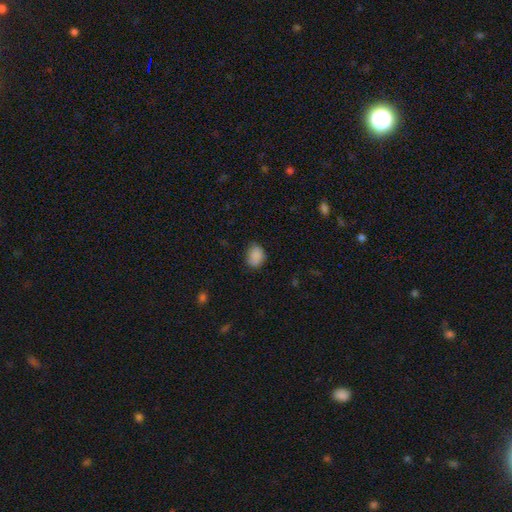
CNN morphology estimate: Smooth or featured: smooth — 87% (star or artifact — 9%)
How rounded: in between — 55% (round — 44%)
Merging: none — 74% (minor disturbance — 21%)